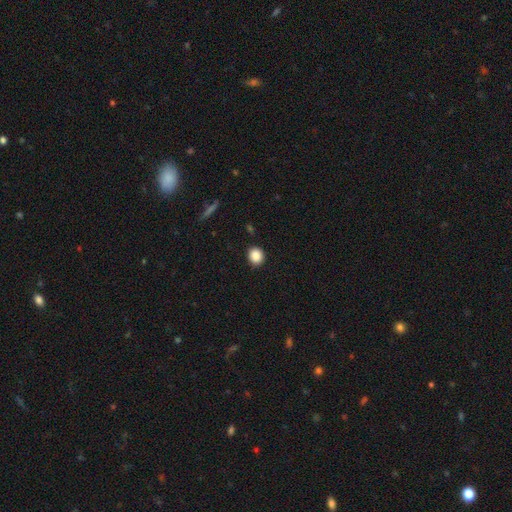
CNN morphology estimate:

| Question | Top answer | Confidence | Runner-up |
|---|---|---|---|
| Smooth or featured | smooth | 87% | star or artifact (9%) |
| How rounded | round | 76% | in between (23%) |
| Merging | none | 90% | minor disturbance (7%) |